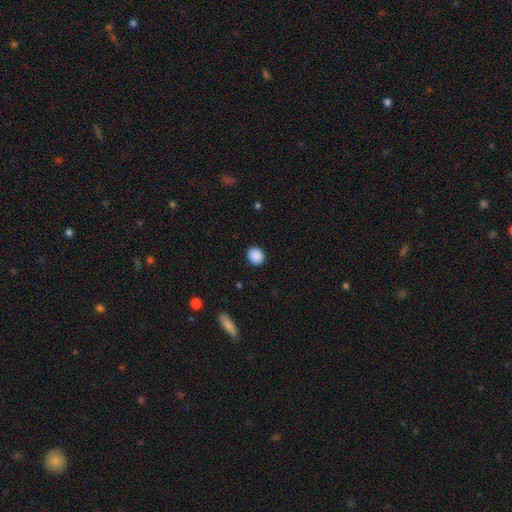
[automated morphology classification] Smooth or featured?
  - smooth: 89% *
  - star or artifact: 8%
  - featured or disk: 3%
How rounded?
  - round: 77% *
  - in between: 22%
  - cigar-shaped: 1%
Merging?
  - none: 90% *
  - minor disturbance: 6%
  - major disturbance: 2%
  - merger: 1%